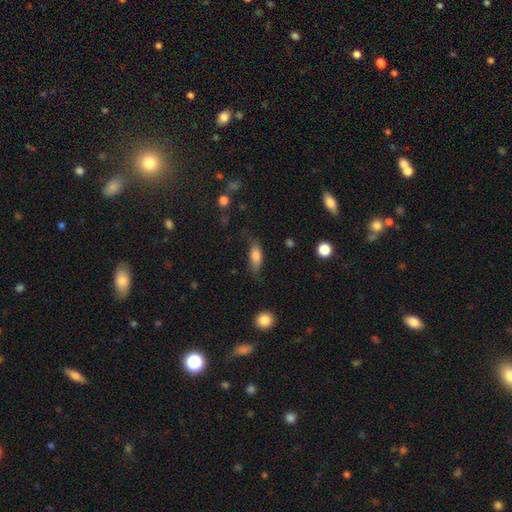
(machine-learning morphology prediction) This is likely a smooth galaxy (73%). How rounded: likely in between (74%). Merging: possibly none (54%).